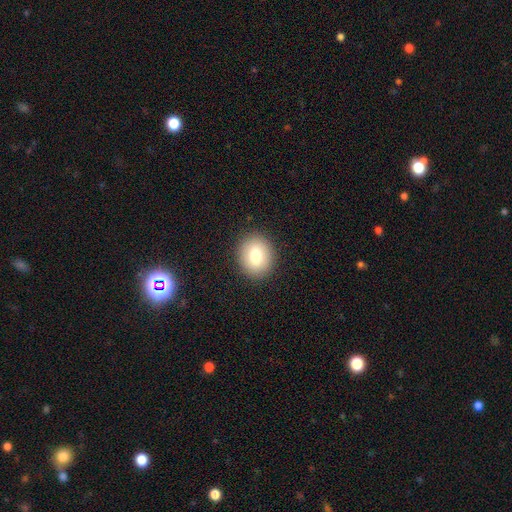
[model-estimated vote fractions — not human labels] Morphology: type=smooth (77%); roundness=round (67%); merging=none (89%).